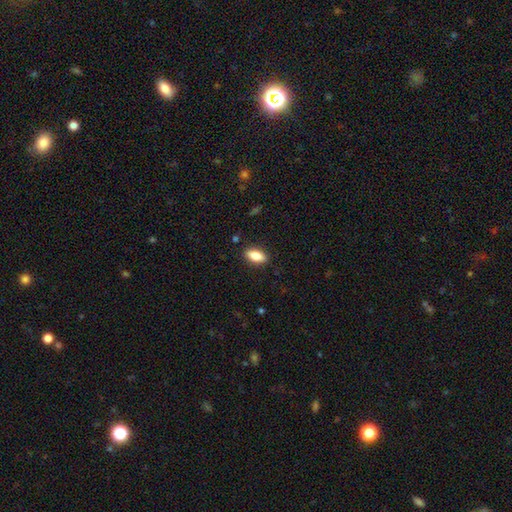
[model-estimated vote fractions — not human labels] This appears to be a smooth galaxy with no disk features (81%) that is in between round and cigar-shaped (84%). Merging: none (88%).